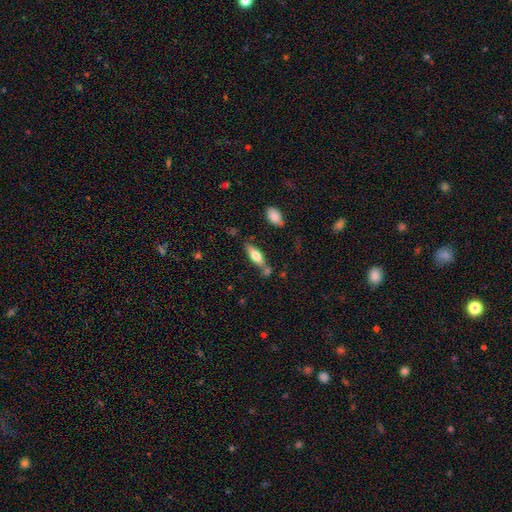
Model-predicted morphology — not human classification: Smooth or featured?
  - smooth: 66% *
  - featured or disk: 27%
  - star or artifact: 7%
How rounded?
  - in between: 57% *
  - cigar-shaped: 41%
  - round: 2%
Merging?
  - none: 65% *
  - minor disturbance: 17%
  - merger: 13%
  - major disturbance: 5%